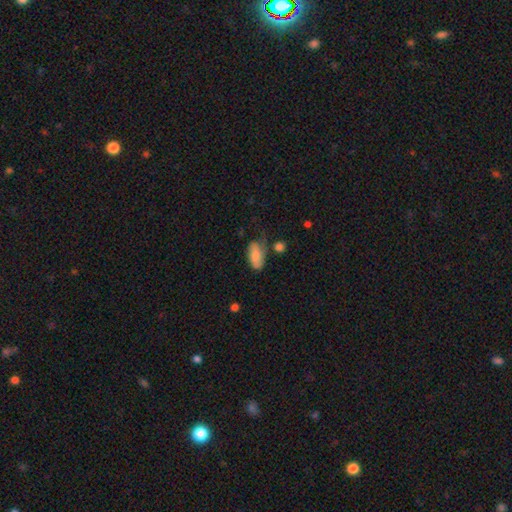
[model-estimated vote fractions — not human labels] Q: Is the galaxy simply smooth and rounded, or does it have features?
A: smooth — 71%.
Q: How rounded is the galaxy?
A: in between — 91%.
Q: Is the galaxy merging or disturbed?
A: none — 47%.